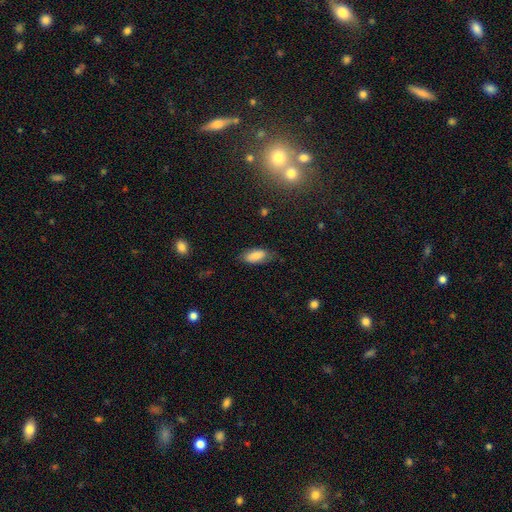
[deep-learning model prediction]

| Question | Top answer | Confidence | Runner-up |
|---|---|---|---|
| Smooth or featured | smooth | 82% | featured or disk (11%) |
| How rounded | in between | 90% | cigar-shaped (8%) |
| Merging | none | 68% | minor disturbance (24%) |